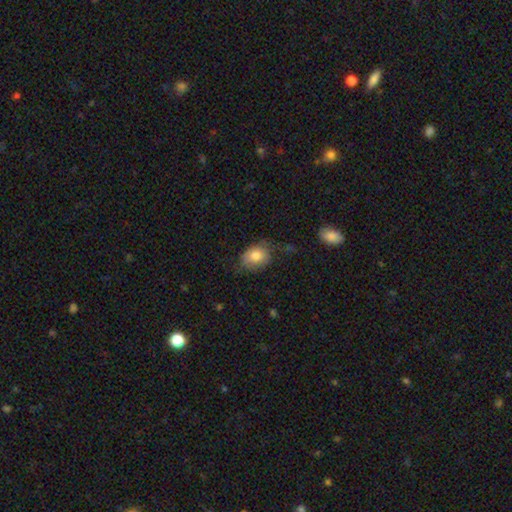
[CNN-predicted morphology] smooth-or-featured: smooth: 80% | featured or disk: 13% | star or artifact: 7%
  how-rounded: in between: 71% | round: 28% | cigar-shaped: 1%
  merging: none: 57% | minor disturbance: 29% | major disturbance: 12% | merger: 2%